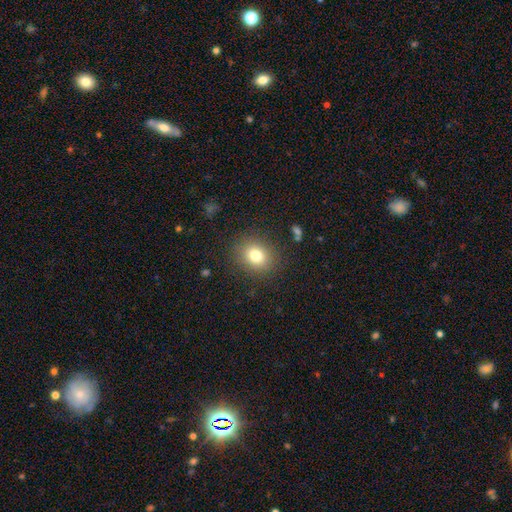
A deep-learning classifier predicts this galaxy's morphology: smooth 79%, star or artifact 12%, featured or disk 9%. Down the decision tree: how rounded — round (62%); merging — none (86%).